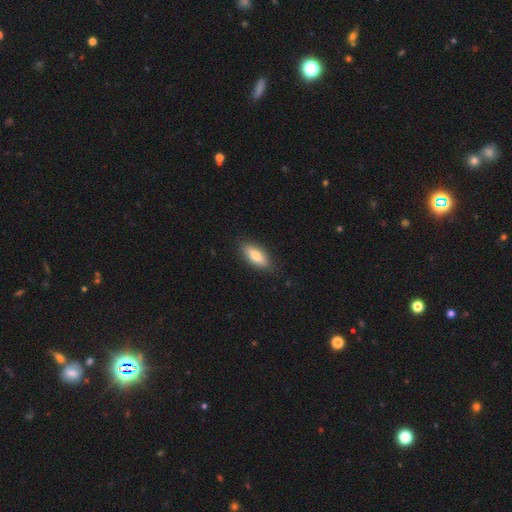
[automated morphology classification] This is likely a smooth galaxy (67%). How rounded: likely in between (68%). Merging: clearly none (85%).